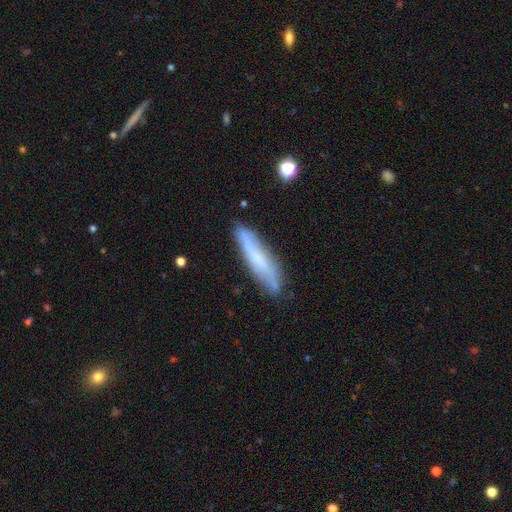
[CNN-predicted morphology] Smooth or featured?
  - smooth: 51% *
  - featured or disk: 41%
  - star or artifact: 8%
How rounded?
  - cigar-shaped: 85% *
  - in between: 14%
  - round: 1%
Merging?
  - none: 78% *
  - minor disturbance: 16%
  - major disturbance: 3%
  - merger: 2%